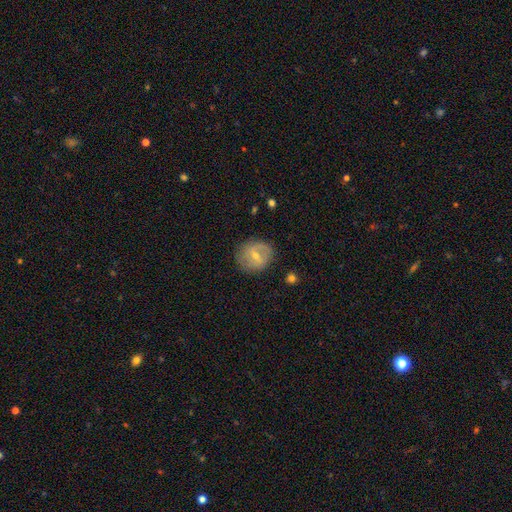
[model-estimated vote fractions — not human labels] A featured or disk galaxy (47%). Merging: none (77%).